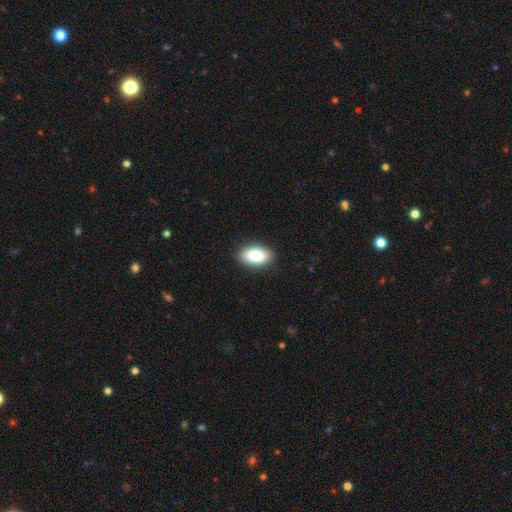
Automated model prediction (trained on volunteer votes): Smooth or featured? Predicted: smooth (p=0.86). How rounded? Predicted: in between (p=0.92). Merging? Predicted: none (p=0.89).